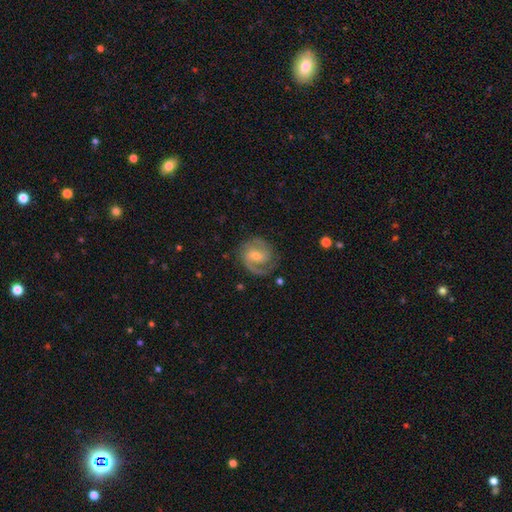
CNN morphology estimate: Smooth or featured? featured or disk (85%)
Edge-on disk? no (98%)
Bar? weak (47%)
Spiral arms? yes (97%)
Spiral winding? medium (49%)
Spiral arm count? 2 (76%)
Bulge size? moderate (50%)
Merging? none (75%)